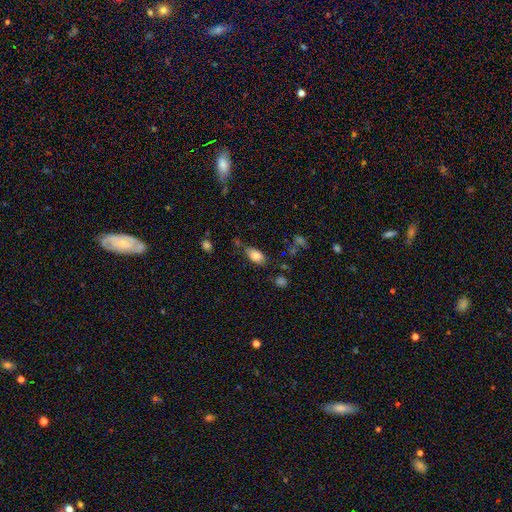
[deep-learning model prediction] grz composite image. It shows a smooth galaxy with no disk features (80%) that is in between round and cigar-shaped (91%). Merging: none (70%).